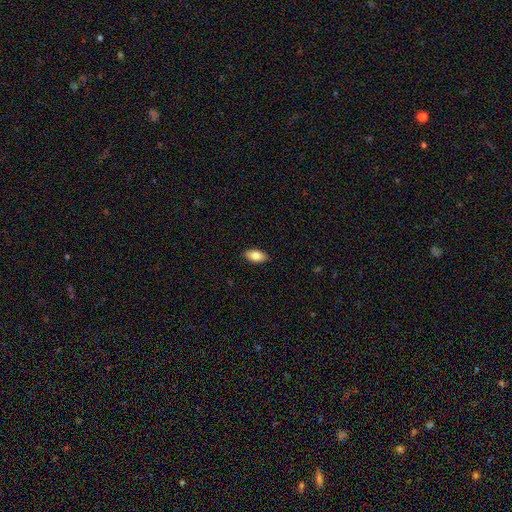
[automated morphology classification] A smooth galaxy with no disk features (81%) that is in between round and cigar-shaped (91%).

Vote fractions:
- Smooth or featured? smooth: 81% / featured or disk: 13% / star or artifact: 7%
- How rounded? in between: 91% / cigar-shaped: 5% / round: 3%
- Merging? none: 89% / minor disturbance: 8% / major disturbance: 2% / merger: 1%